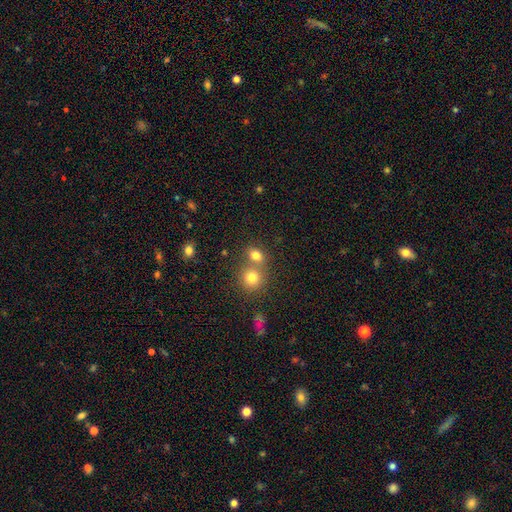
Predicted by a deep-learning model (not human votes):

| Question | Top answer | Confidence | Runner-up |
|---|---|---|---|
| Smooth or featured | smooth | 78% | star or artifact (13%) |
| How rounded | round | 55% | in between (43%) |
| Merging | none | 50% | merger (39%) |